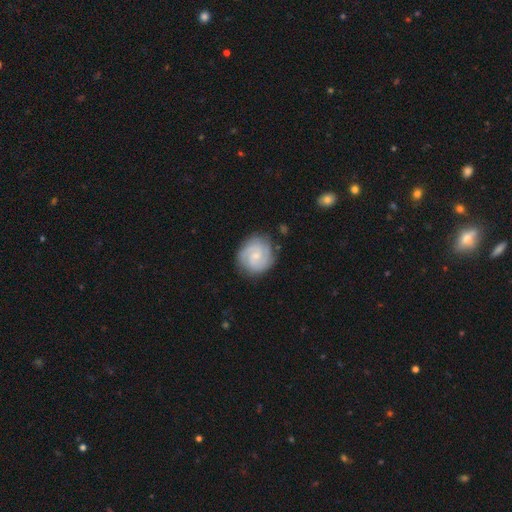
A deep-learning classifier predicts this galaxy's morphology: smooth-or-featured: featured or disk: 76% | smooth: 18% | star or artifact: 5%
  disk-edge-on: no: 98% | yes: 2%
    bar: no: 53% | weak: 42% | strong: 5%
    has-spiral-arms: yes: 96% | no: 4%
      spiral-winding: tight: 56% | medium: 36% | loose: 8%
      spiral-arm-count: 2: 64% | 3: 14% | can't tell: 13% | 4: 3% | 1: 3% | more than 4: 3%
    bulge-size: small: 67% | moderate: 26% | none: 6% | large: 1% | dominant: 1%
  merging: none: 81% | minor disturbance: 13% | major disturbance: 4% | merger: 2%